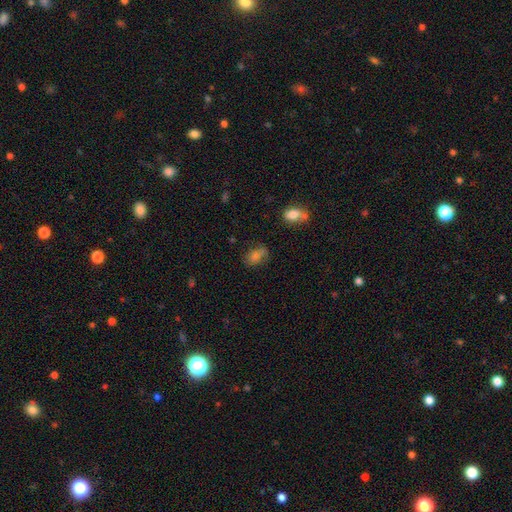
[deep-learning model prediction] Smooth or featured? smooth (67%)
How rounded? in between (78%)
Merging? none (66%)